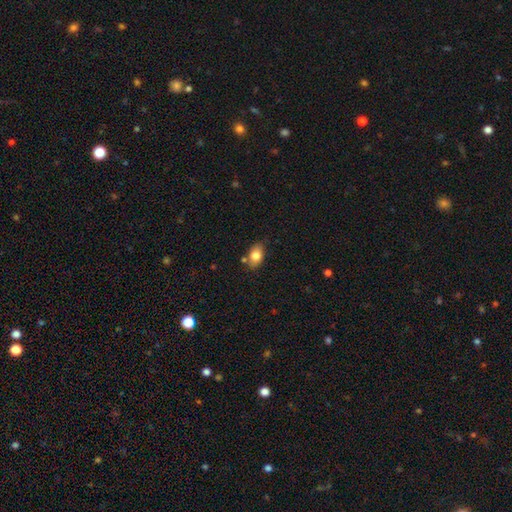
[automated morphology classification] smooth-or-featured: smooth: 81% | featured or disk: 11% | star or artifact: 8%
  how-rounded: in between: 84% | round: 14% | cigar-shaped: 2%
  merging: none: 72% | minor disturbance: 18% | merger: 7% | major disturbance: 3%